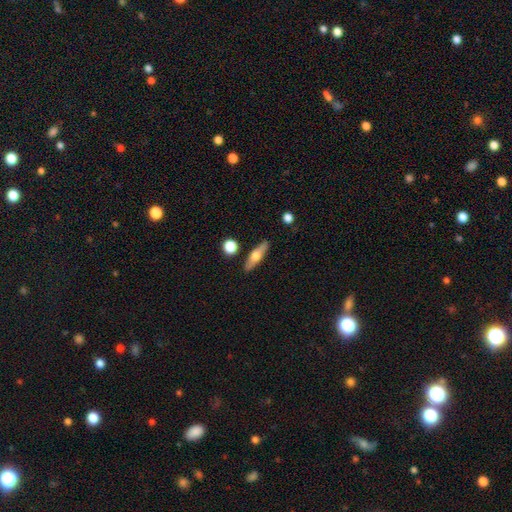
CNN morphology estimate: Smooth or featured? featured or disk (48%)
Merging? none (87%)